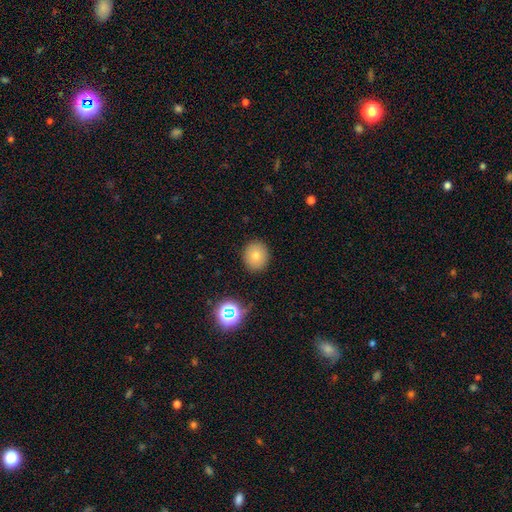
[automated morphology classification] Smooth or featured? smooth (75%)
How rounded? round (79%)
Merging? none (89%)